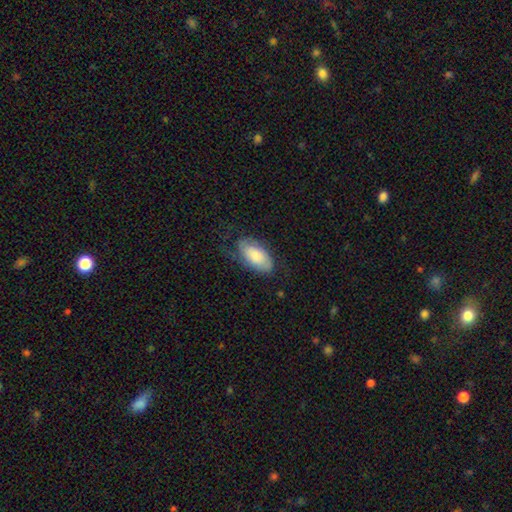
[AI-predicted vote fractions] Smooth or featured?
  - smooth: 61% *
  - featured or disk: 33%
  - star or artifact: 6%
How rounded?
  - in between: 94% *
  - cigar-shaped: 3%
  - round: 3%
Merging?
  - none: 54% *
  - minor disturbance: 26%
  - major disturbance: 18%
  - merger: 1%